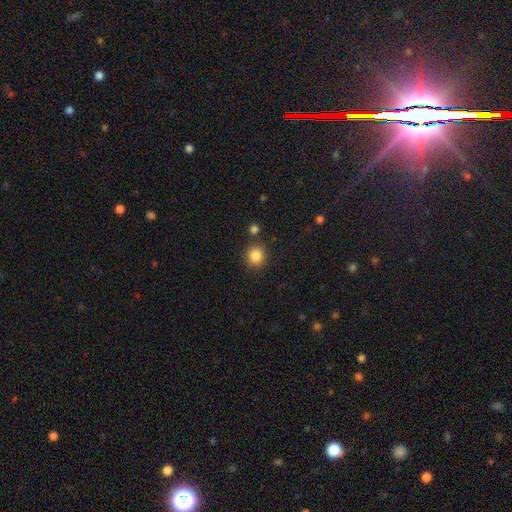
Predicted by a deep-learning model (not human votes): Q: Smooth or featured?
A: smooth (85%); runner-up: star or artifact (10%)
Q: How rounded?
A: round (89%); runner-up: in between (10%)
Q: Merging?
A: none (86%); runner-up: minor disturbance (7%)